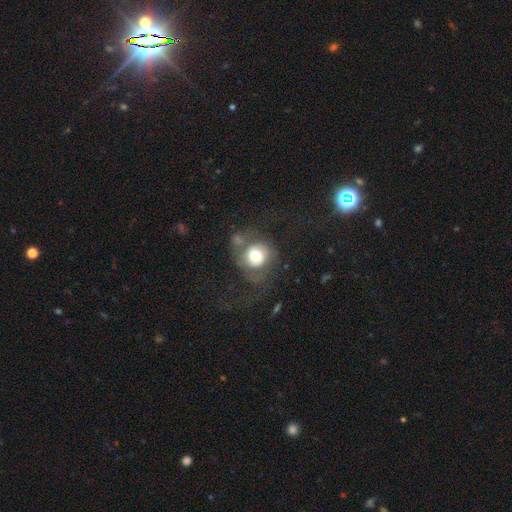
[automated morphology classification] smooth-or-featured: smooth: 59% | featured or disk: 31% | star or artifact: 10%
  how-rounded: round: 81% | in between: 19% | cigar-shaped: 1%
  merging: none: 38% | major disturbance: 32% | minor disturbance: 19% | merger: 11%